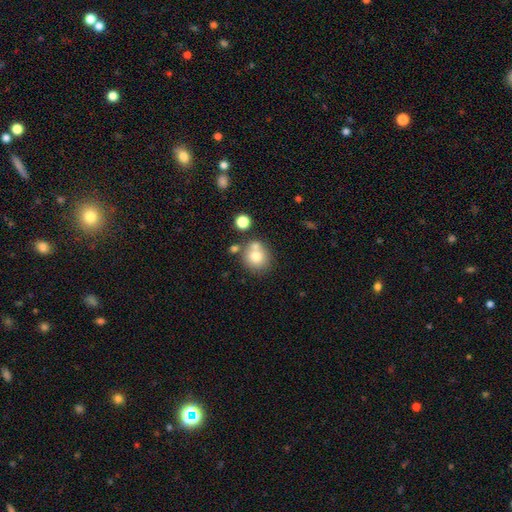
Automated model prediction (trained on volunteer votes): Morphology: type=smooth (75%); roundness=round (85%); merging=none (59%).